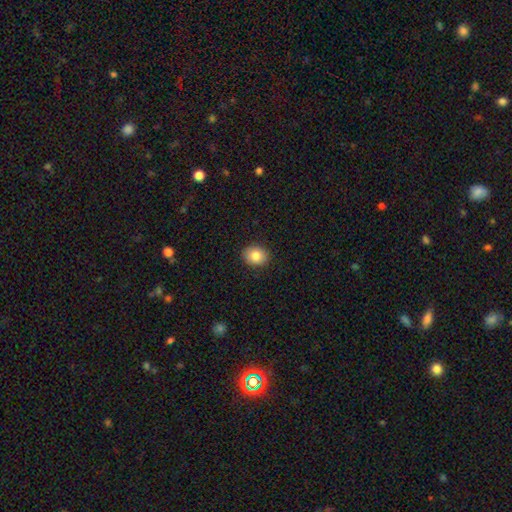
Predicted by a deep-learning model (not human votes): This is clearly a smooth galaxy (84%). How rounded: possibly round (52%). Merging: clearly none (90%).